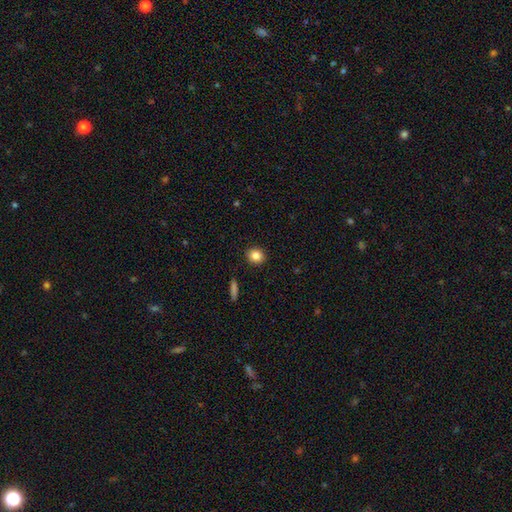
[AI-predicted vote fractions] smooth-or-featured: smooth: 84% | star or artifact: 10% | featured or disk: 6%
  how-rounded: round: 76% | in between: 22% | cigar-shaped: 1%
  merging: none: 91% | minor disturbance: 6% | major disturbance: 2% | merger: 1%